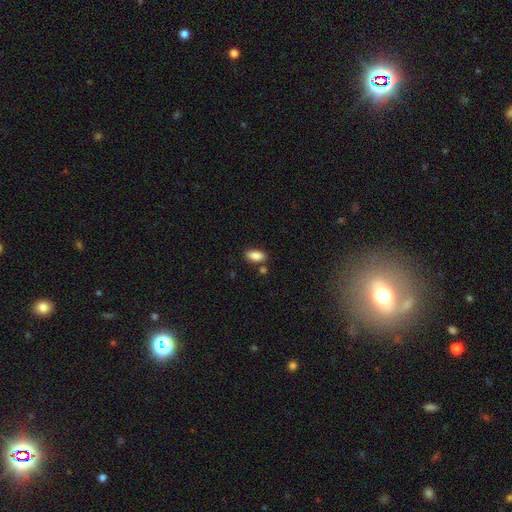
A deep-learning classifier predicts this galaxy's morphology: Overall: smooth (87%). How rounded: in between (91%). Merging: none (80%).